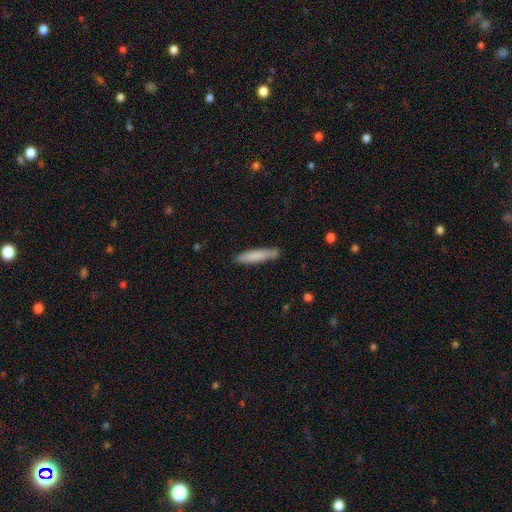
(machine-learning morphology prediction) smooth 80%, featured or disk 14%, star or artifact 6%. Down the decision tree: how rounded — cigar-shaped (88%); merging — none (80%).